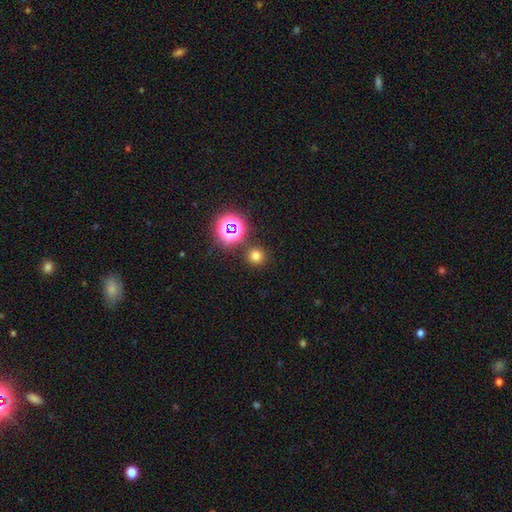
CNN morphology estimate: This is likely a smooth galaxy (69%). How rounded: clearly round (93%). Merging: clearly none (87%).